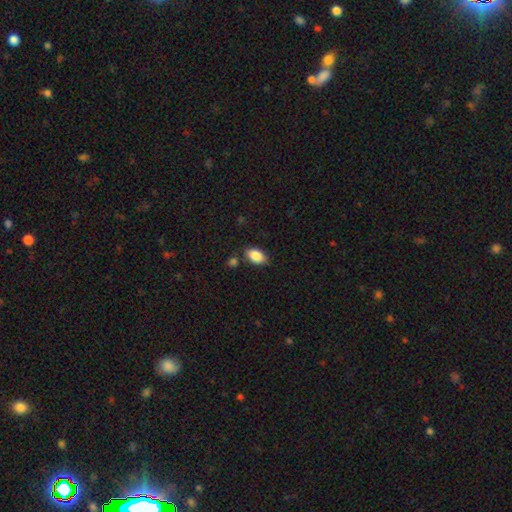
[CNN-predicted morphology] Smooth or featured? Predicted: smooth (p=0.88). How rounded? Predicted: in between (p=0.91). Merging? Predicted: none (p=0.75).